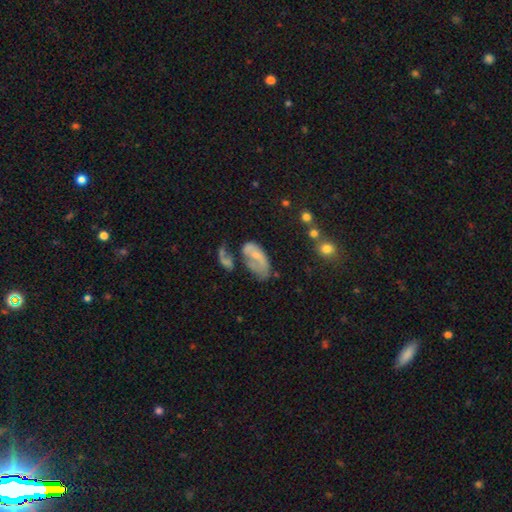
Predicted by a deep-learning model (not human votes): This appears to be a smooth galaxy with no disk features (45%). Merging: major disturbance (35%).